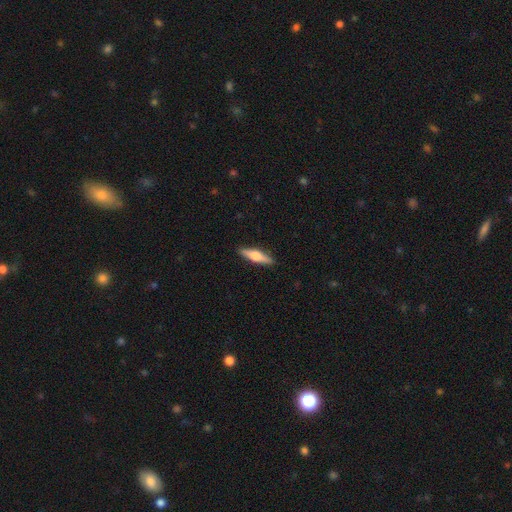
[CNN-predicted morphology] Smooth or featured?
  - featured or disk: 50% *
  - smooth: 45%
  - star or artifact: 5%
Merging?
  - none: 91% *
  - minor disturbance: 7%
  - major disturbance: 2%
  - merger: 1%